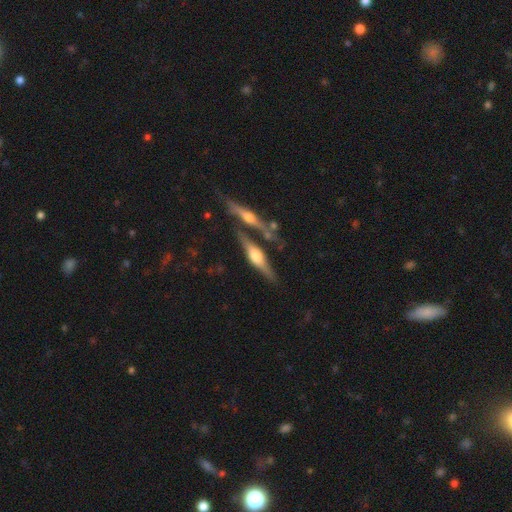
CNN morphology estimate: Smooth or featured: featured or disk — 74% (smooth — 19%)
Edge-on disk: yes — 96% (no — 4%)
Edge-on bulge: rounded — 91% (boxy — 6%)
Merging: none — 68% (merger — 16%)